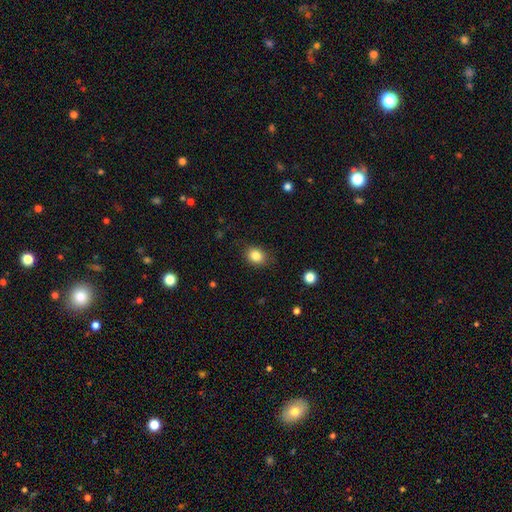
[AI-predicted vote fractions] smooth-or-featured: smooth: 85% | star or artifact: 10% | featured or disk: 5%
  how-rounded: in between: 51% | round: 48% | cigar-shaped: 1%
  merging: none: 82% | minor disturbance: 14% | major disturbance: 3% | merger: 1%